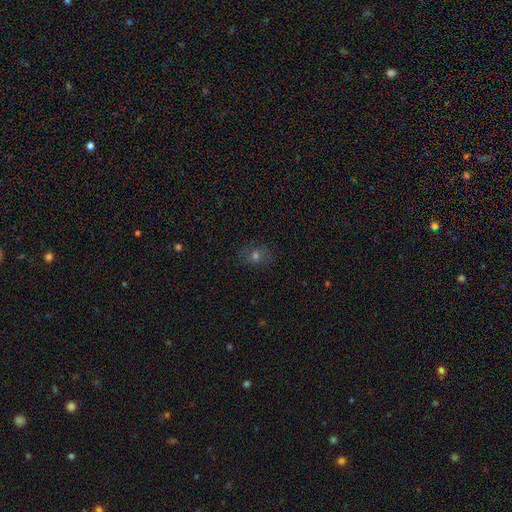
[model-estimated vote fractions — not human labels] Smooth or featured?
  - smooth: 55% *
  - star or artifact: 27%
  - featured or disk: 18%
How rounded?
  - round: 58% *
  - in between: 41%
  - cigar-shaped: 1%
Merging?
  - none: 82% *
  - minor disturbance: 13%
  - major disturbance: 4%
  - merger: 1%